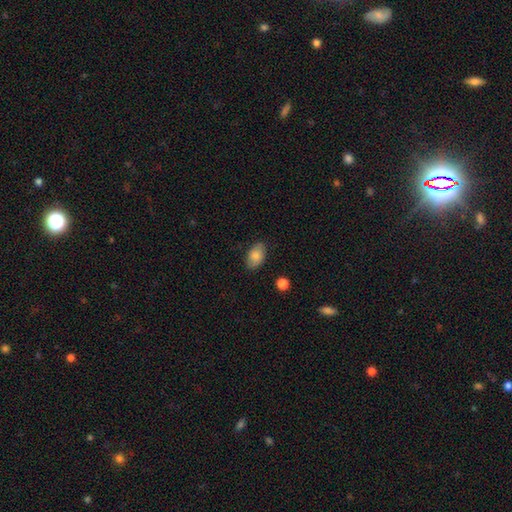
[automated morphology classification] A smooth galaxy with no disk features (82%) that is in between round and cigar-shaped (90%). Merging: none (83%).